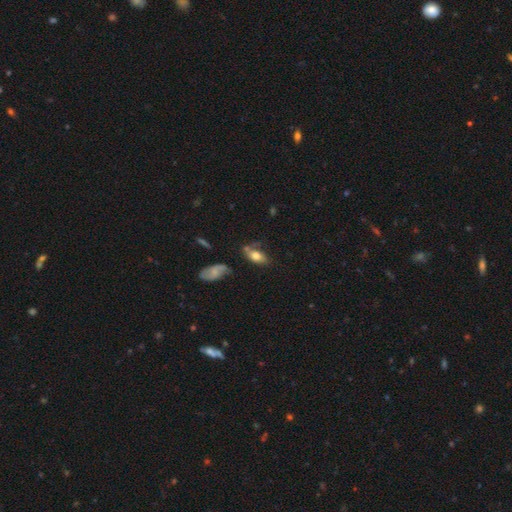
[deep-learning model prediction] The model was most divided on "merging": none: 50%, minor disturbance: 27%, major disturbance: 12%, merger: 11%. More confident: how rounded — in between (88%); smooth or featured — smooth (74%).